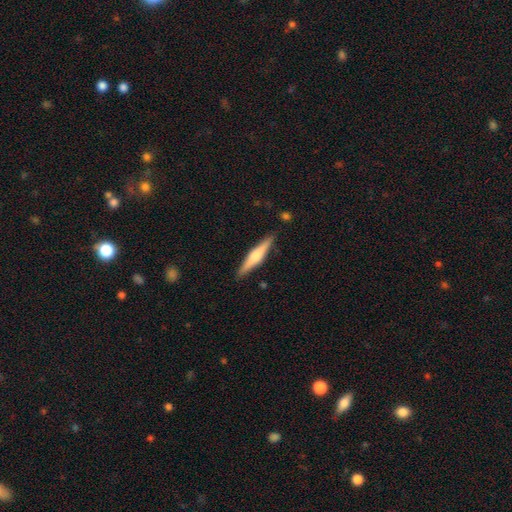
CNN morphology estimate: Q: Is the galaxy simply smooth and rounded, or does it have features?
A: featured or disk — 55%.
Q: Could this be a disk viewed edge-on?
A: yes — 97%.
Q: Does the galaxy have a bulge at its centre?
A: rounded — 82%.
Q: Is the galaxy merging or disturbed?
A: none — 89%.